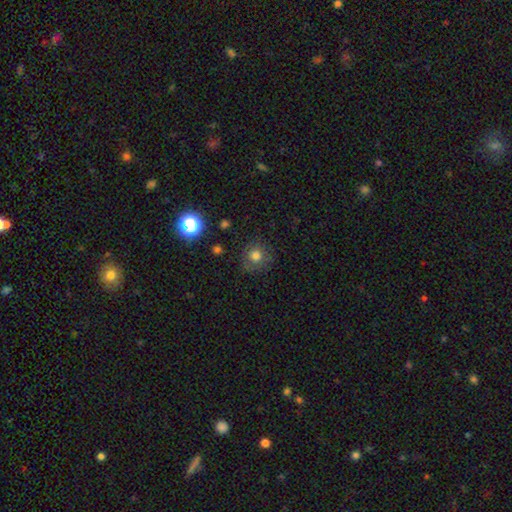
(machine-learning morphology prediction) type=smooth (74%); roundness=round (91%); merging=none (81%).